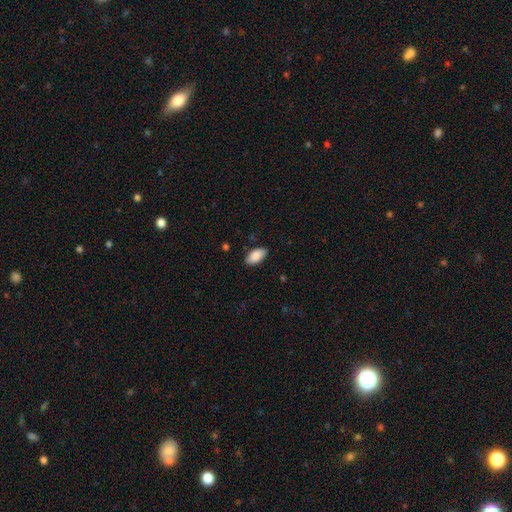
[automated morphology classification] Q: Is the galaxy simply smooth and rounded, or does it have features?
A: smooth — 89%.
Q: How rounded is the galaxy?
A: in between — 94%.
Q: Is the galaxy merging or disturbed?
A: none — 86%.